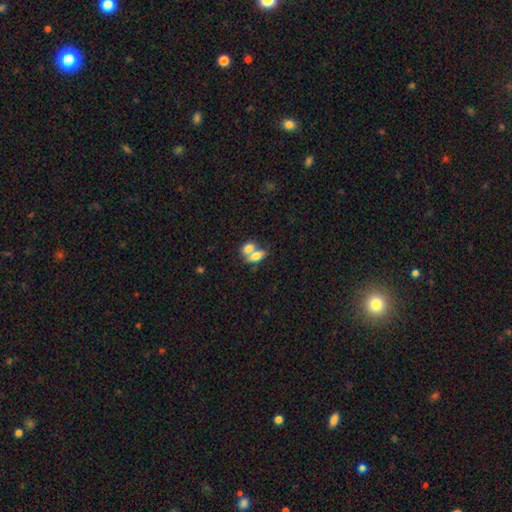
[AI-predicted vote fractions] This appears to be a smooth galaxy with no disk features (73%) that is in between round and cigar-shaped (83%). Merging: merger (67%).